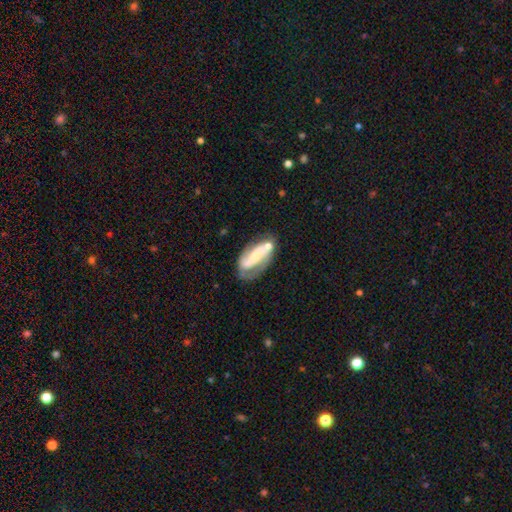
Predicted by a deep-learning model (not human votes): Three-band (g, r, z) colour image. It shows a featured or disk galaxy (73%) with a strong bar (38%), 2 (83%) loose (42%) spiral arms (86%) and a small central bulge (53%). Merging: none (54%).